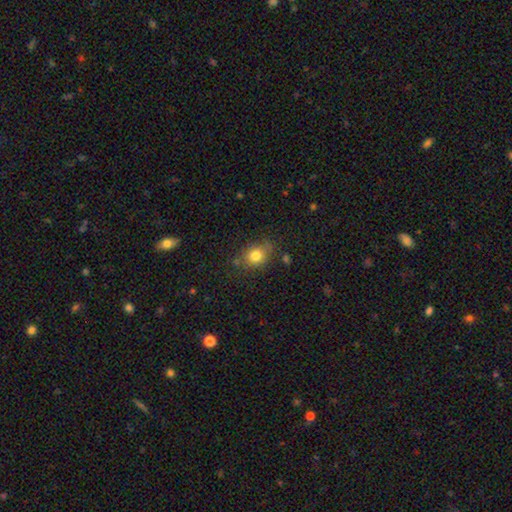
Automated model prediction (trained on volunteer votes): This is likely a smooth galaxy (80%). How rounded: possibly round (59%). Merging: likely none (73%).